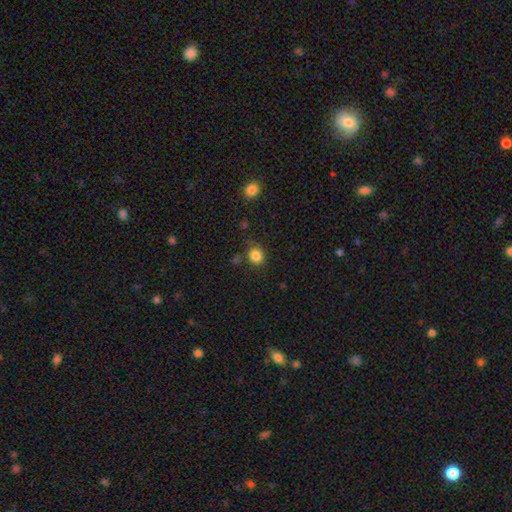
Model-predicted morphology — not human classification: smooth-or-featured: smooth: 85% | star or artifact: 11% | featured or disk: 4%
  how-rounded: round: 72% | in between: 27% | cigar-shaped: 1%
  merging: none: 77% | minor disturbance: 14% | merger: 5% | major disturbance: 4%